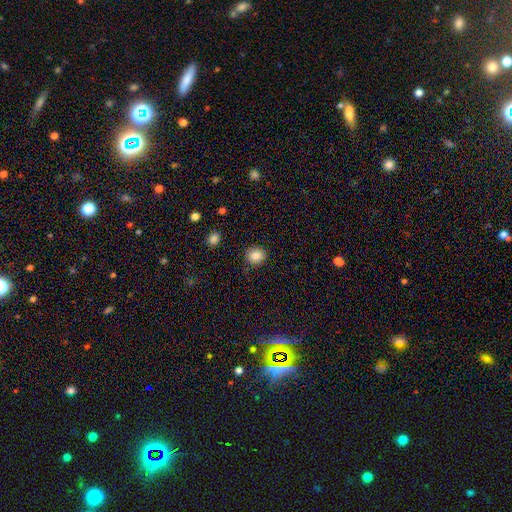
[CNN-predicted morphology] smooth-or-featured: smooth: 84% | star or artifact: 10% | featured or disk: 6%
  how-rounded: round: 84% | in between: 15% | cigar-shaped: 1%
  merging: none: 87% | minor disturbance: 9% | major disturbance: 2% | merger: 1%